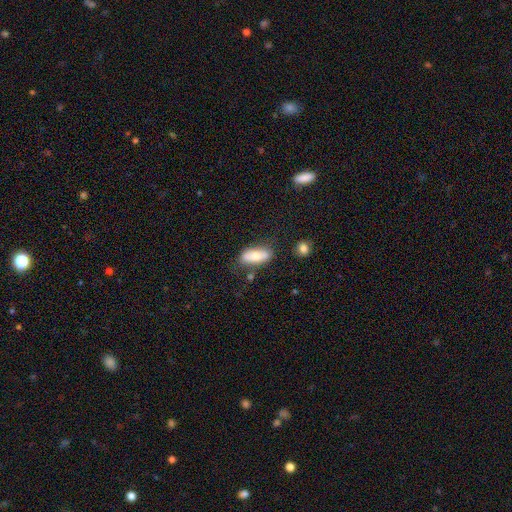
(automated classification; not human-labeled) A smooth galaxy with no disk features (67%) that is in between round and cigar-shaped (76%). Merging: none (70%).